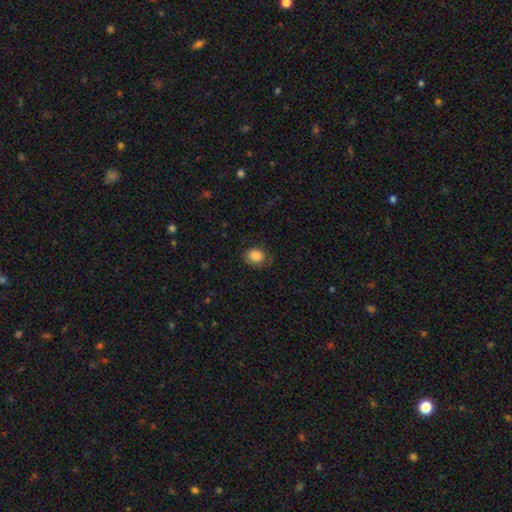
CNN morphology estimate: smooth_or_featured: smooth (p=0.85) [alt: star or artifact p=0.08]
how_rounded: in between (p=0.51) [alt: round p=0.48]
merging: none (p=0.69) [alt: minor disturbance p=0.23]